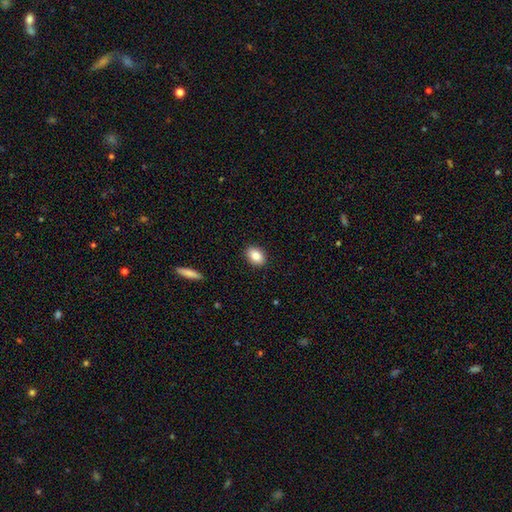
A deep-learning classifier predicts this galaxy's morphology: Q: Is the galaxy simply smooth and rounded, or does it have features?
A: smooth — 86%.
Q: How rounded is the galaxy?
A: in between — 79%.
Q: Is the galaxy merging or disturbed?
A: none — 90%.